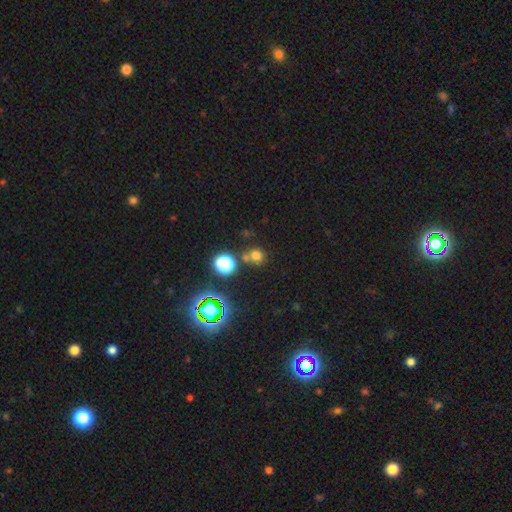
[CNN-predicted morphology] smooth 65%, star or artifact 28%, featured or disk 7%. Down the decision tree: how rounded — round (84%); merging — none (67%).